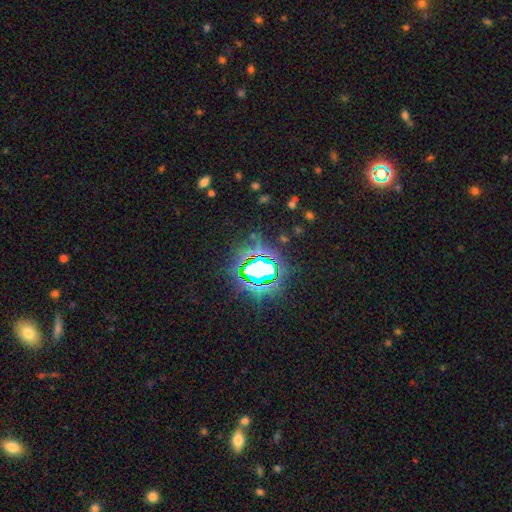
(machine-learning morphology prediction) Smooth or featured: star or artifact — 85% (smooth — 8%)